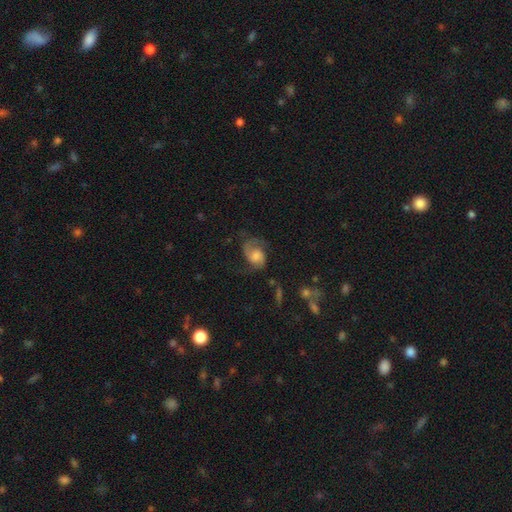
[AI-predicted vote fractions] Morphology: type=featured or disk (68%); edge-on=no (97%); bar=no (61%); spiral arms=yes (92%); winding=medium (46%); arm count=2 (77%); bulge=moderate (32%); merging=none (52%).